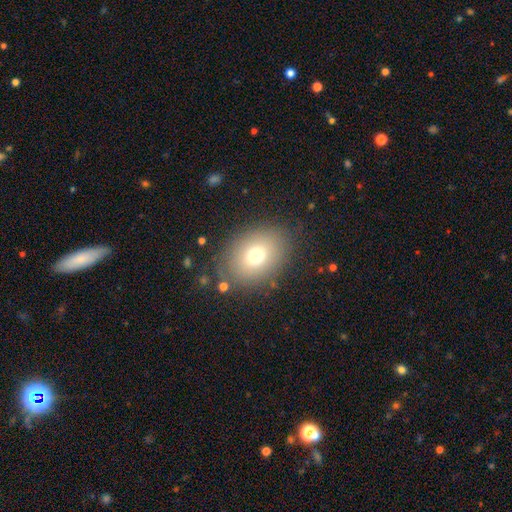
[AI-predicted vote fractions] This appears to be a smooth galaxy with no disk features (73%) that is in between round and cigar-shaped (64%). Merging: none (82%).